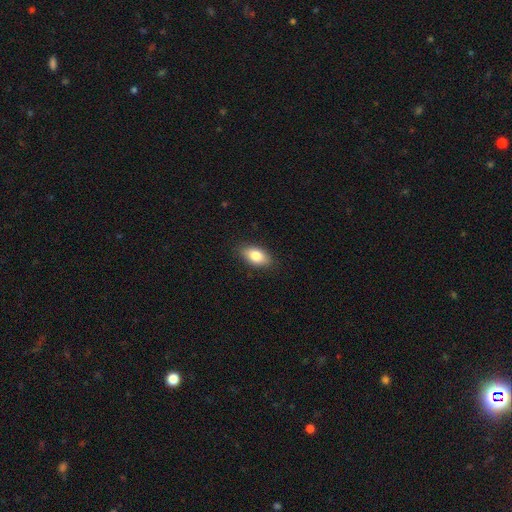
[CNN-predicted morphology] smooth 82%, featured or disk 11%, star or artifact 7%. Down the decision tree: how rounded — in between (91%); merging — none (87%).